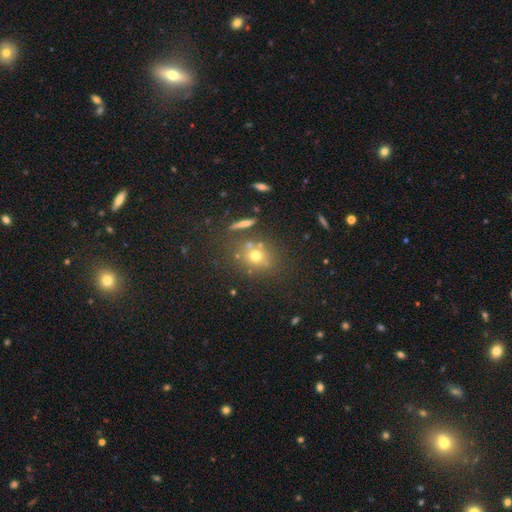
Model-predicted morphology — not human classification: This appears to be a smooth galaxy with no disk features (61%) that is round (72%). Merging: none (69%).